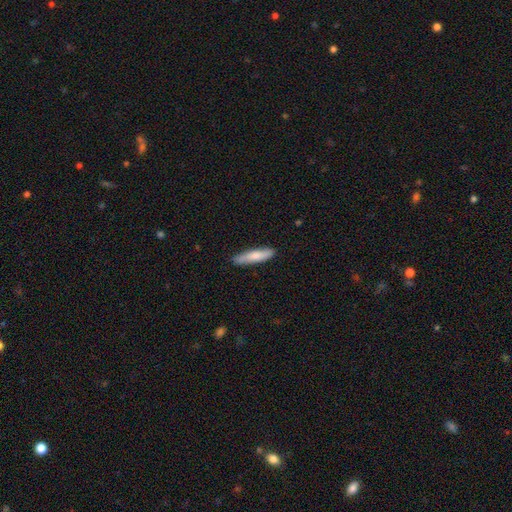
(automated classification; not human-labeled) smooth 76%, featured or disk 18%, star or artifact 5%. Down the decision tree: how rounded — cigar-shaped (82%); merging — none (83%).